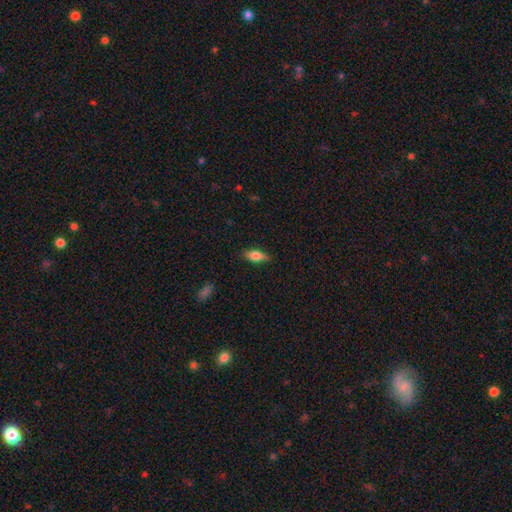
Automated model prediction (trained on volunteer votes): This appears to be a smooth galaxy with no disk features (71%) that is in between round and cigar-shaped (78%). Merging: none (84%).